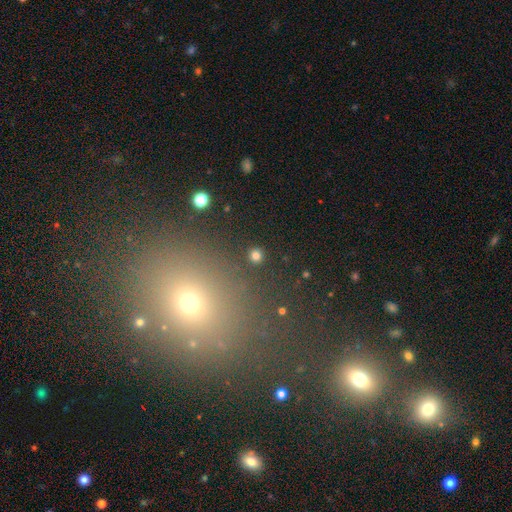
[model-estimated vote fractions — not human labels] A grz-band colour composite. It shows a smooth galaxy with no disk features (80%) that is round (94%). Merging: none (91%).